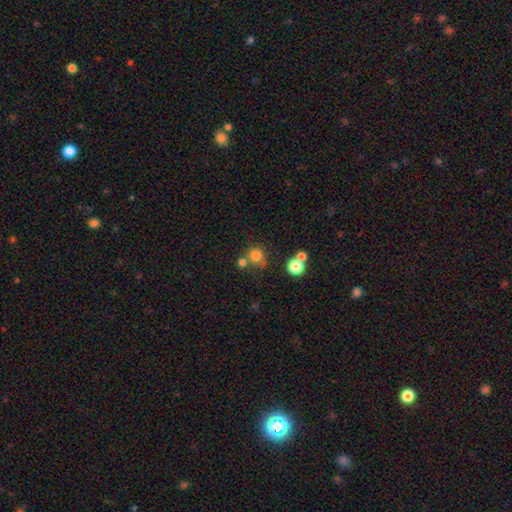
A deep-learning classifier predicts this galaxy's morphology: This is likely a smooth galaxy (76%). How rounded: clearly round (89%). Merging: likely none (61%).